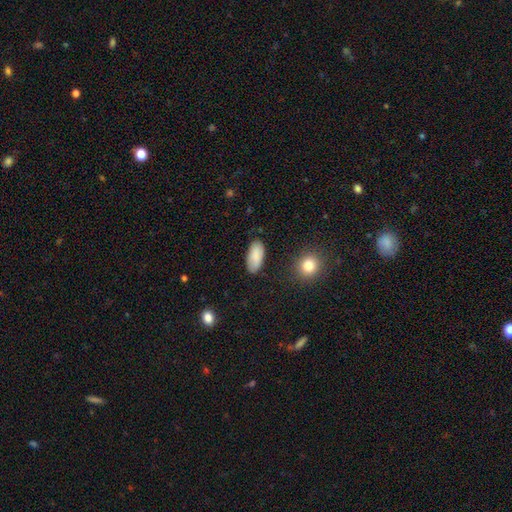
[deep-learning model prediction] smooth-or-featured: smooth: 87% | featured or disk: 7% | star or artifact: 7%
  how-rounded: in between: 93% | cigar-shaped: 5% | round: 2%
  merging: none: 81% | minor disturbance: 14% | major disturbance: 3% | merger: 2%